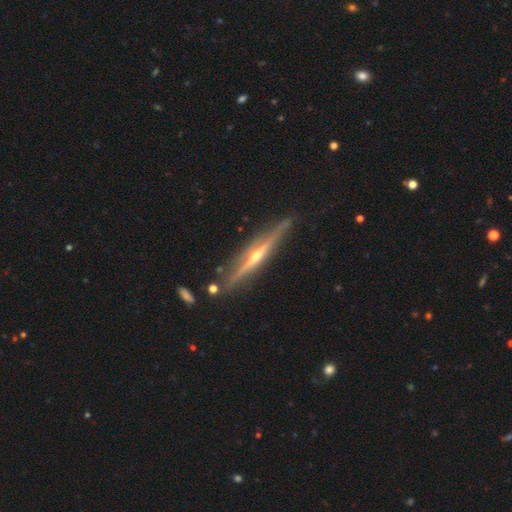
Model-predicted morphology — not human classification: Smooth or featured: featured or disk — 83% (smooth — 11%)
Edge-on disk: yes — 97% (no — 3%)
Edge-on bulge: rounded — 85% (none — 11%)
Merging: none — 85% (minor disturbance — 10%)